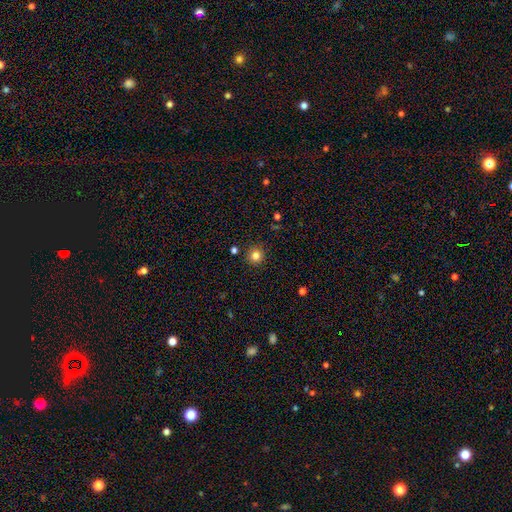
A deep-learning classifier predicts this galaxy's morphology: A smooth galaxy with no disk features (81%) that is round (94%).

Vote fractions:
- Smooth or featured? smooth: 81% / star or artifact: 13% / featured or disk: 6%
- How rounded? round: 94% / in between: 5% / cigar-shaped: 1%
- Merging? none: 89% / minor disturbance: 7% / major disturbance: 2% / merger: 2%